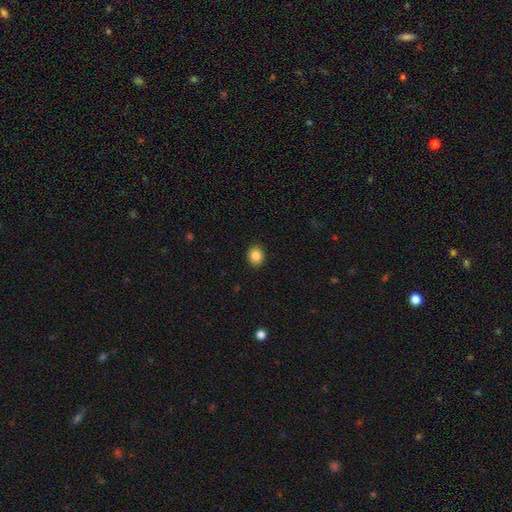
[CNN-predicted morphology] This is clearly a smooth galaxy (86%). How rounded: possibly round (57%). Merging: clearly none (91%).